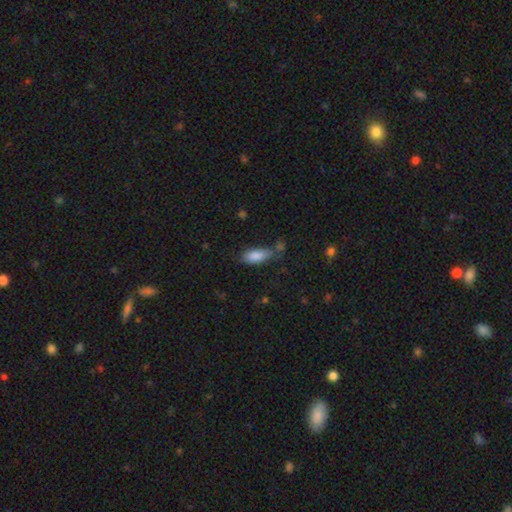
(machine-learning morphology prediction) smooth_or_featured: smooth (p=0.85) [alt: star or artifact p=0.08]
how_rounded: in between (p=0.83) [alt: cigar-shaped p=0.15]
merging: none (p=0.55) [alt: minor disturbance p=0.25]